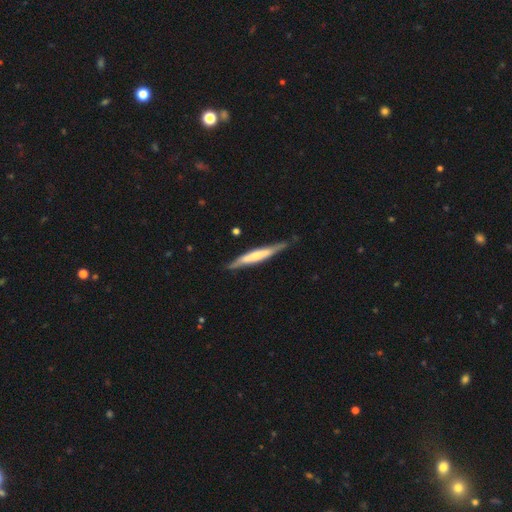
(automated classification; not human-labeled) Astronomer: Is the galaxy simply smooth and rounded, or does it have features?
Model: featured or disk — 51% (runner-up: smooth, 44%).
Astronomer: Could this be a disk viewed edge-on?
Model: yes — 91%.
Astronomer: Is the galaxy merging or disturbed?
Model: none — 79%.